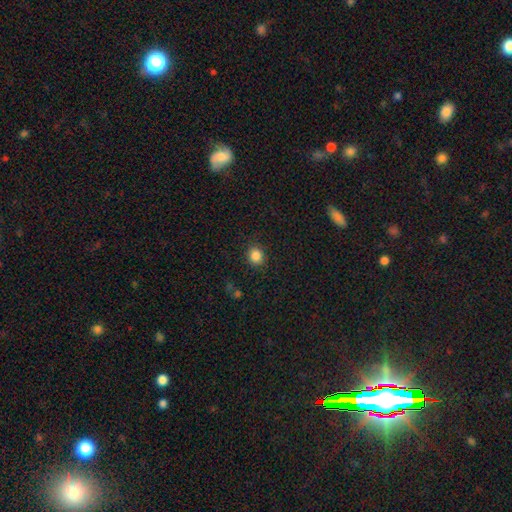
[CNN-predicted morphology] smooth_or_featured: smooth (p=0.85) [alt: star or artifact p=0.11]
how_rounded: round (p=0.80) [alt: in between p=0.19]
merging: none (p=0.87) [alt: minor disturbance p=0.09]